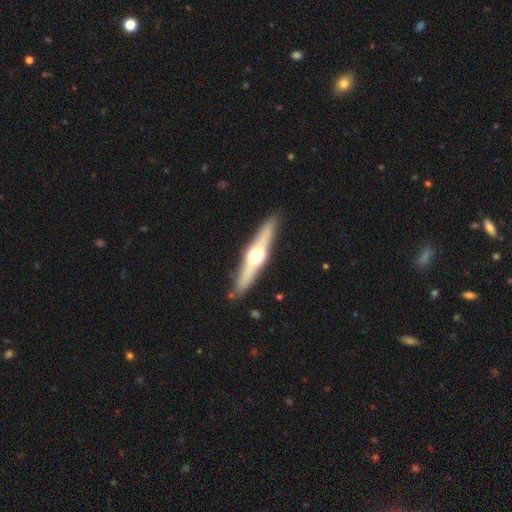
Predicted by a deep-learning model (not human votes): This appears to be a featured or disk galaxy (68%) viewed edge-on (96%) with a rounded central bulge (94%). Merging: none (89%).